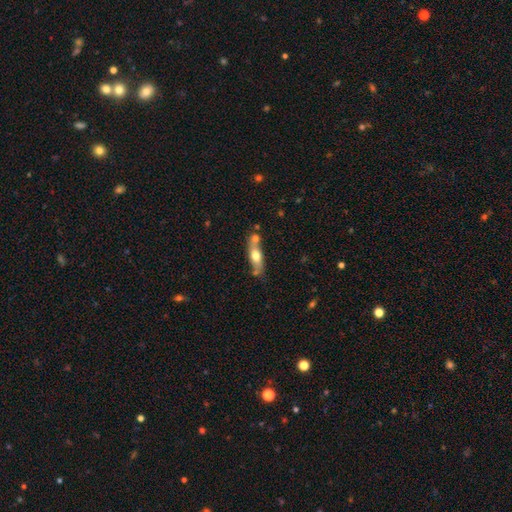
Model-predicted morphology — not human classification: A smooth galaxy with no disk features (57%) that is in between round and cigar-shaped (49%).

Vote fractions:
- Smooth or featured? smooth: 57% / featured or disk: 36% / star or artifact: 7%
- How rounded? in between: 49% / cigar-shaped: 47% / round: 4%
- Merging? none: 54% / merger: 25% / minor disturbance: 16% / major disturbance: 5%